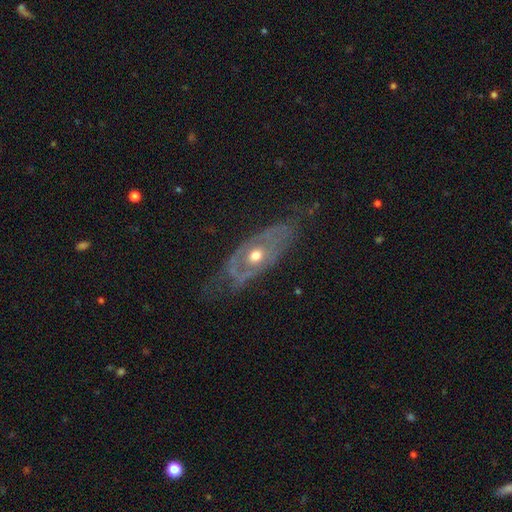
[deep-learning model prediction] Morphology: type=featured or disk (74%); edge-on=no (85%); bar=no (88%); spiral arms=no (51%); bulge=moderate (73%); merging=none (59%).